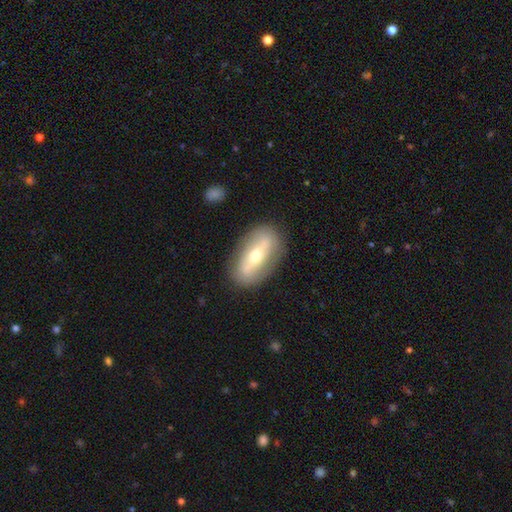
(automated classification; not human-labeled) Smooth or featured? featured or disk (57%)
Edge-on disk? no (72%)
Merging? none (83%)